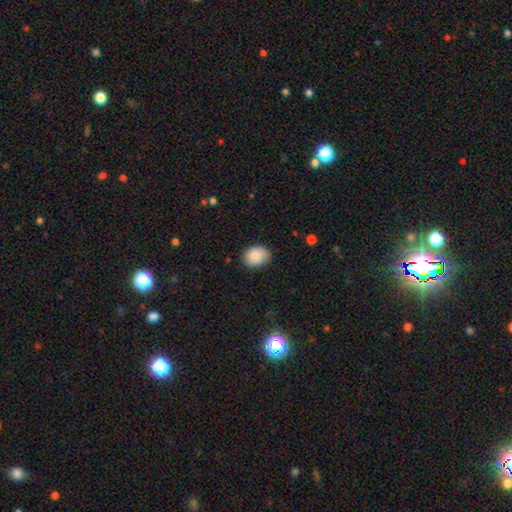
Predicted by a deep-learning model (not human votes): A smooth galaxy with no disk features (88%) that is in between round and cigar-shaped (52%).

Vote fractions:
- Smooth or featured? smooth: 88% / star or artifact: 8% / featured or disk: 5%
- How rounded? in between: 52% / round: 48% / cigar-shaped: 1%
- Merging? none: 81% / minor disturbance: 15% / major disturbance: 3% / merger: 1%